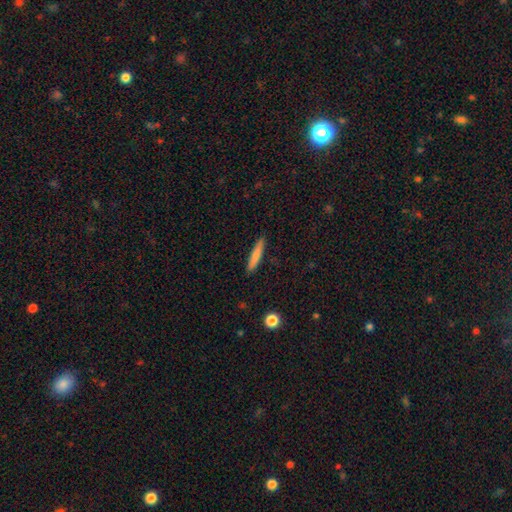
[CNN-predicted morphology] Overall: smooth (78%). How rounded: cigar-shaped (92%). Merging: none (89%).